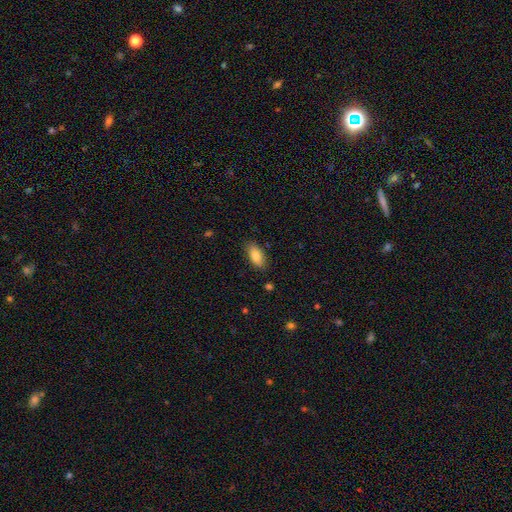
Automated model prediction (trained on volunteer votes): Smooth or featured? smooth (81%)
How rounded? in between (88%)
Merging? none (84%)